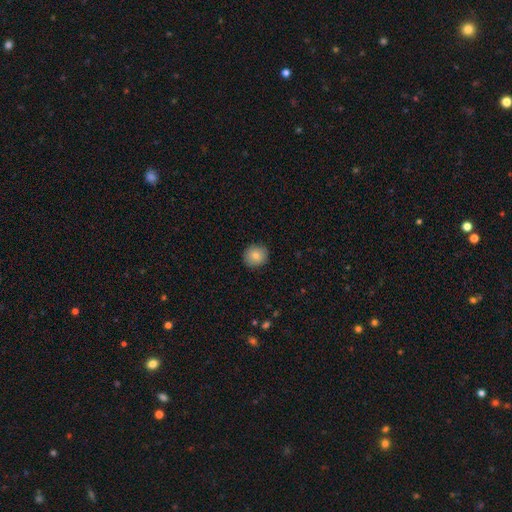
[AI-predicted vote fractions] smooth-or-featured: smooth: 83% | star or artifact: 9% | featured or disk: 8%
  how-rounded: round: 85% | in between: 14% | cigar-shaped: 1%
  merging: none: 90% | minor disturbance: 7% | major disturbance: 2% | merger: 1%